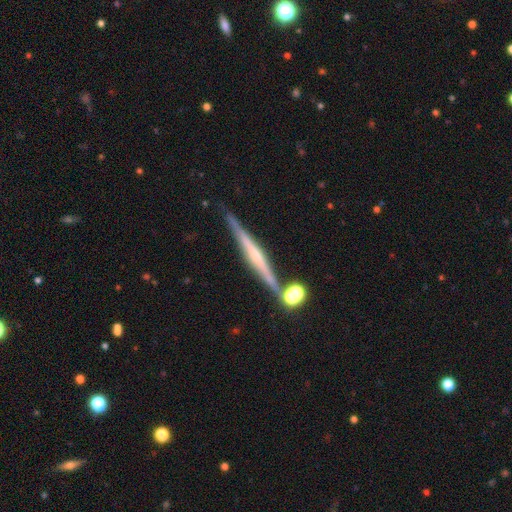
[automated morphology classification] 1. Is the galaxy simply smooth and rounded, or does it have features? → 73% featured or disk, 19% smooth, 8% star or artifact.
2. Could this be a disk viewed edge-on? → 97% yes, 3% no.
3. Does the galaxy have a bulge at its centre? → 48% rounded, 35% none, 17% boxy.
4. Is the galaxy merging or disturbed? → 78% none, 11% minor disturbance, 8% merger, 3% major disturbance.